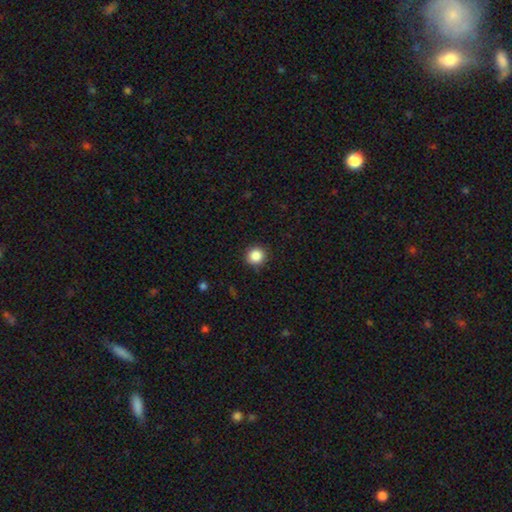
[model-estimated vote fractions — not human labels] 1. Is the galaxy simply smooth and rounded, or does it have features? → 86% smooth, 10% star or artifact, 4% featured or disk.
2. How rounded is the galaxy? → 93% round, 6% in between, 1% cigar-shaped.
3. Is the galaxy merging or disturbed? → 91% none, 6% minor disturbance, 2% major disturbance, 1% merger.